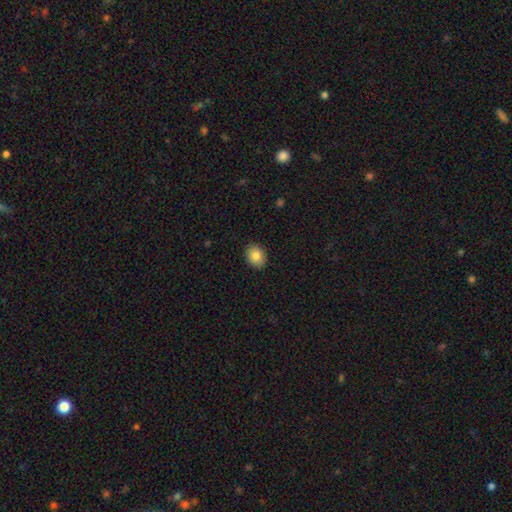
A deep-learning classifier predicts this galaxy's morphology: Smooth or featured: smooth — 85% (star or artifact — 8%)
How rounded: in between — 55% (round — 44%)
Merging: none — 90% (minor disturbance — 7%)